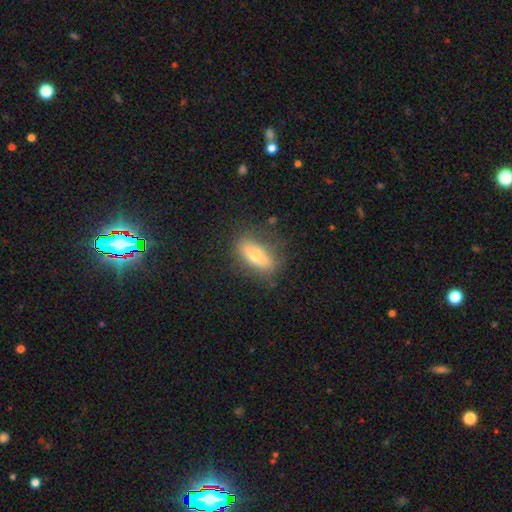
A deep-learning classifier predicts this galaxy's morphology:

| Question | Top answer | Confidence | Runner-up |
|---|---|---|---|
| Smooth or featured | smooth | 59% | featured or disk (33%) |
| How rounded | in between | 56% | cigar-shaped (40%) |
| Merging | none | 79% | minor disturbance (14%) |